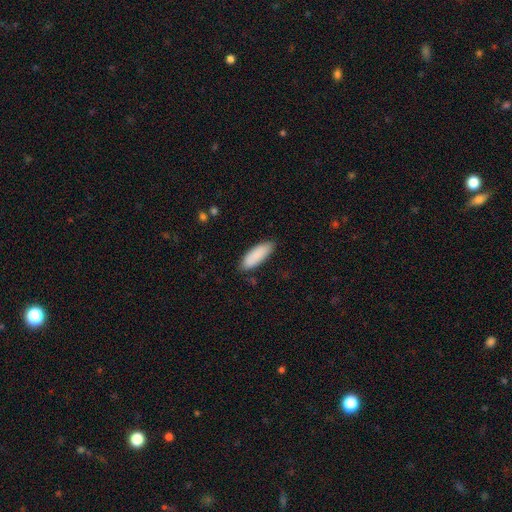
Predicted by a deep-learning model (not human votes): A smooth galaxy with no disk features (89%) that is in between round and cigar-shaped (68%).

Vote fractions:
- Smooth or featured? smooth: 89% / star or artifact: 6% / featured or disk: 5%
- How rounded? in between: 68% / cigar-shaped: 30% / round: 1%
- Merging? none: 83% / minor disturbance: 14% / major disturbance: 2% / merger: 1%